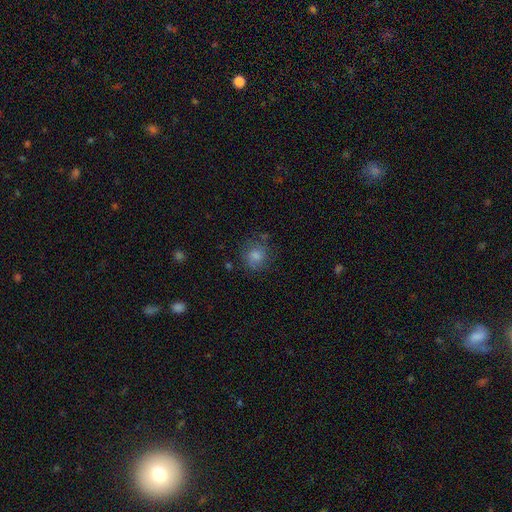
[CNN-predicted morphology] smooth-or-featured: smooth: 73% | featured or disk: 16% | star or artifact: 11%
  how-rounded: round: 82% | in between: 17% | cigar-shaped: 1%
  merging: none: 69% | minor disturbance: 19% | major disturbance: 9% | merger: 3%